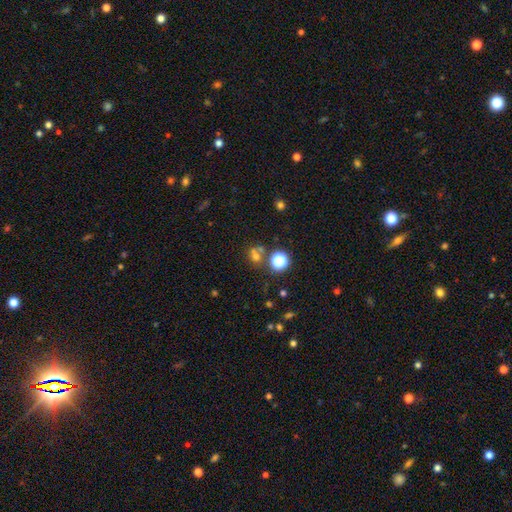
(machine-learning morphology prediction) Overall: smooth (55%; star or artifact 32%). How rounded: round (78%). Merging: none (52%; merger 32%).